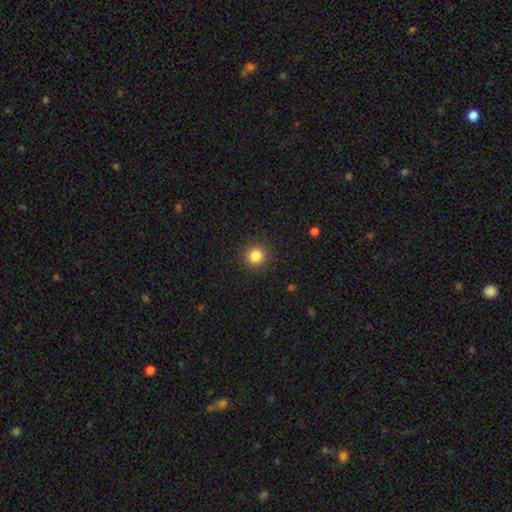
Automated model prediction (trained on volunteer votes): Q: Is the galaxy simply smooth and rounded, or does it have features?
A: smooth — 85%.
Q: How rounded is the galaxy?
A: round — 95%.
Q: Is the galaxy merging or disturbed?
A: none — 92%.